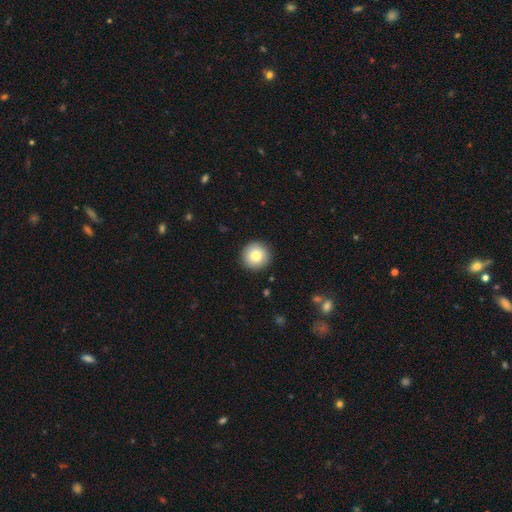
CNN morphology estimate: smooth_or_featured: smooth (p=0.80) [alt: featured or disk p=0.11]
how_rounded: round (p=0.96) [alt: in between p=0.03]
merging: none (p=0.92) [alt: minor disturbance p=0.06]